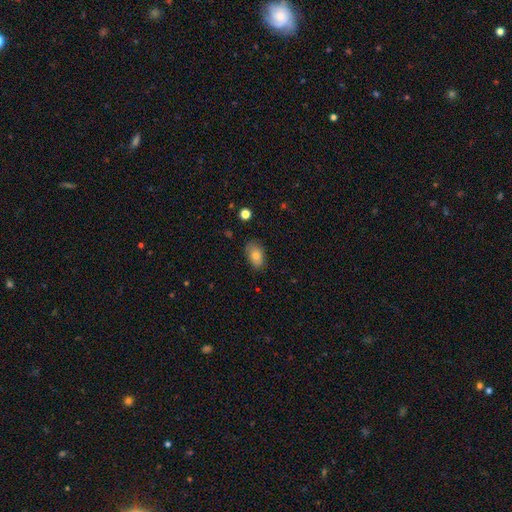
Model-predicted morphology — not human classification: A smooth galaxy with no disk features (80%) that is in between round and cigar-shaped (89%).

Vote fractions:
- Smooth or featured? smooth: 80% / featured or disk: 12% / star or artifact: 8%
- How rounded? in between: 89% / round: 10% / cigar-shaped: 2%
- Merging? none: 77% / minor disturbance: 18% / major disturbance: 3% / merger: 1%